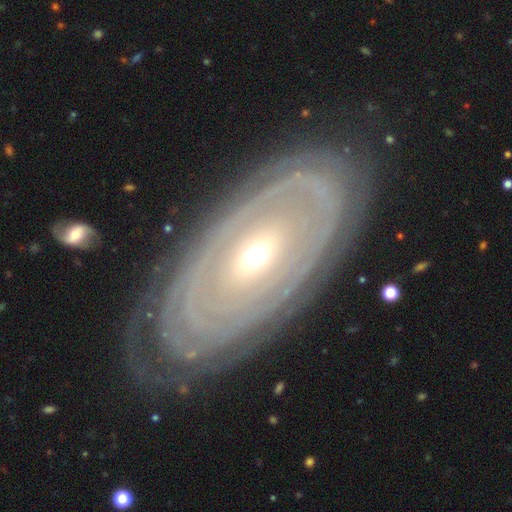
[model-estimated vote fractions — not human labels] A featured or disk galaxy (83%) with no bar (64%), tight (84%) spiral arms (78%) and a moderate central bulge (48%).

Vote fractions:
- Smooth or featured? featured or disk: 83% / smooth: 12% / star or artifact: 5%
- Edge-on disk? no: 90% / yes: 10%
- Bar? no: 64% / weak: 24% / strong: 12%
- Spiral arms? yes: 78% / no: 22%
- Spiral winding? tight: 84% / medium: 12% / loose: 5%
- Spiral arm count? can't tell: 51% / 2: 16% / 3: 10% / more than 4: 9% / 4: 8% / 1: 6%
- Bulge size? moderate: 48% / small: 46% / large: 3% / dominant: 1% / none: 1%
- Merging? none: 77% / minor disturbance: 15% / major disturbance: 6% / merger: 2%